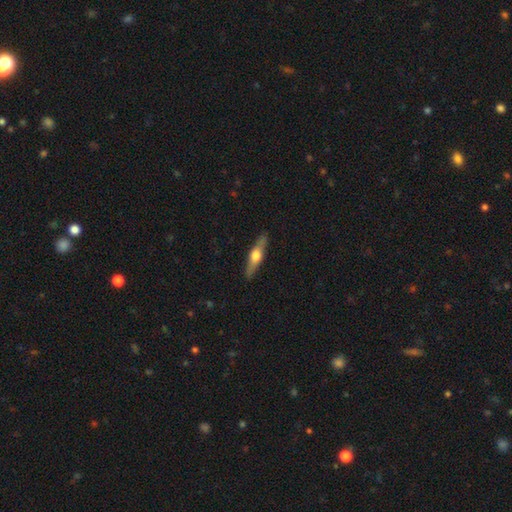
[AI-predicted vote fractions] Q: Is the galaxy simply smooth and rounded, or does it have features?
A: featured or disk — 62%.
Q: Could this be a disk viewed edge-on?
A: yes — 95%.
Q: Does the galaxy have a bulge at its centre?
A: rounded — 94%.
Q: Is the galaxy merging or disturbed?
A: none — 89%.